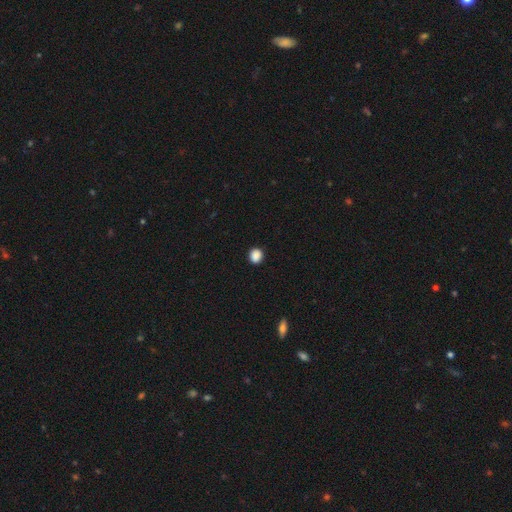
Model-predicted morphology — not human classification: The model was most divided on "how rounded": round: 75%, in between: 24%, cigar-shaped: 1%. More confident: merging — none (90%); smooth or featured — smooth (88%).